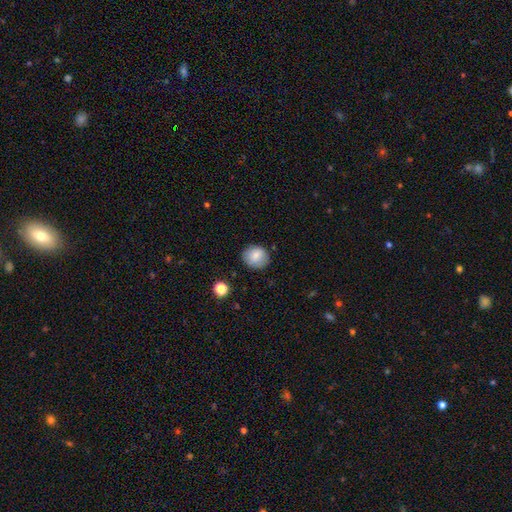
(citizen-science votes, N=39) smooth_or_featured: smooth (p=0.85) [alt: featured or disk p=0.10]
how_rounded: round (p=0.58) [alt: in between p=0.42]
merging: none (p=0.70) [alt: minor disturbance p=0.30]